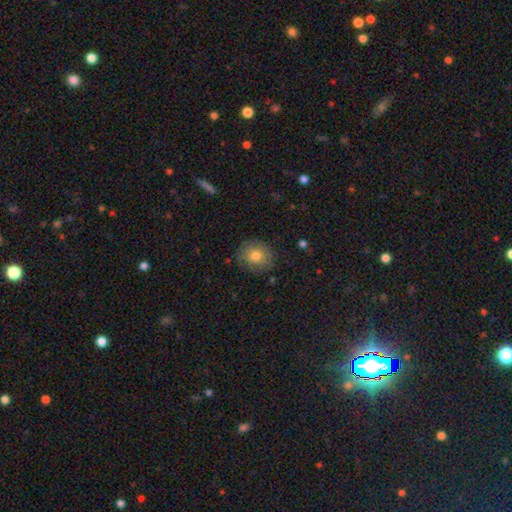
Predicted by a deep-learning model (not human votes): Smooth or featured? smooth (77%)
How rounded? round (77%)
Merging? none (82%)